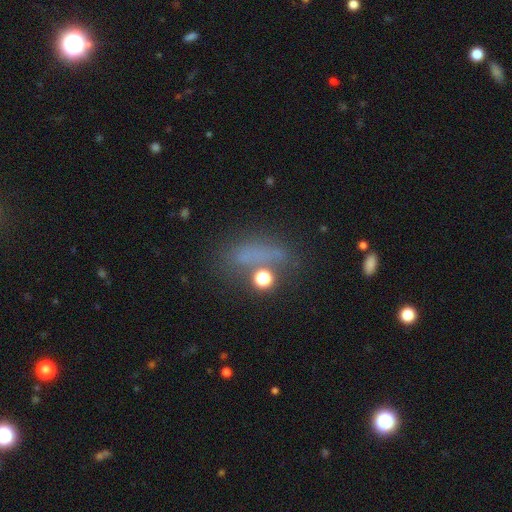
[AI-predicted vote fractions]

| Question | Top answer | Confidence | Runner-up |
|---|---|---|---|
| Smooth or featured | smooth | 53% | star or artifact (29%) |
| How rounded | in between | 55% | round (25%) |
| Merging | none | 52% | minor disturbance (19%) |